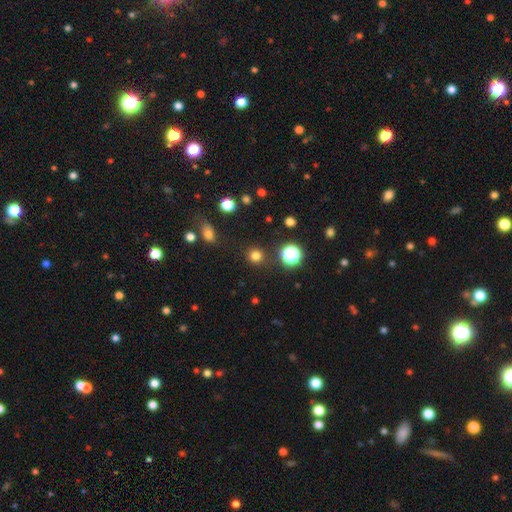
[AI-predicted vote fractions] This appears to be a smooth galaxy with no disk features (77%) that is round (92%). Merging: none (88%).